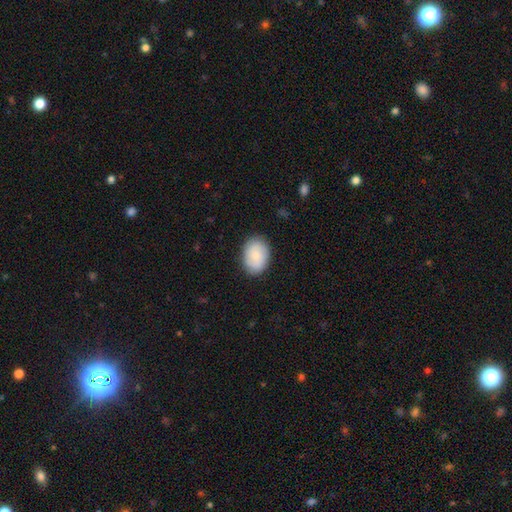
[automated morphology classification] type=smooth (80%); roundness=in between (79%); merging=none (85%).